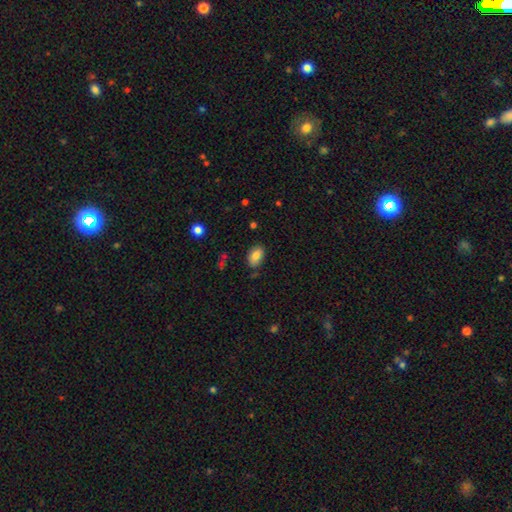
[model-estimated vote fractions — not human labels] Q: Smooth or featured?
A: smooth (83%); runner-up: featured or disk (9%)
Q: How rounded?
A: in between (88%); runner-up: round (11%)
Q: Merging?
A: none (79%); runner-up: minor disturbance (15%)